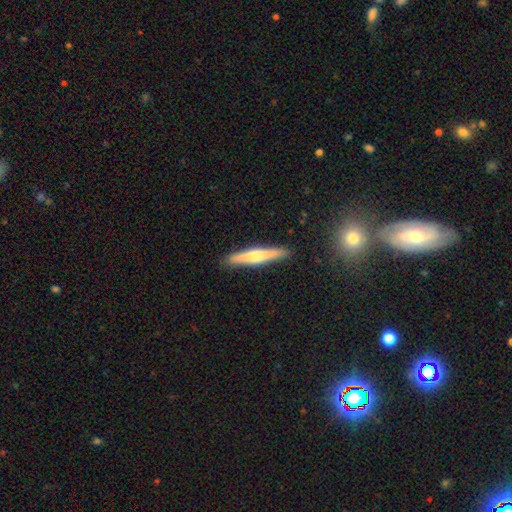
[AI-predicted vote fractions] smooth_or_featured: featured or disk (p=0.48) [alt: smooth p=0.47]
merging: none (p=0.90) [alt: minor disturbance p=0.08]